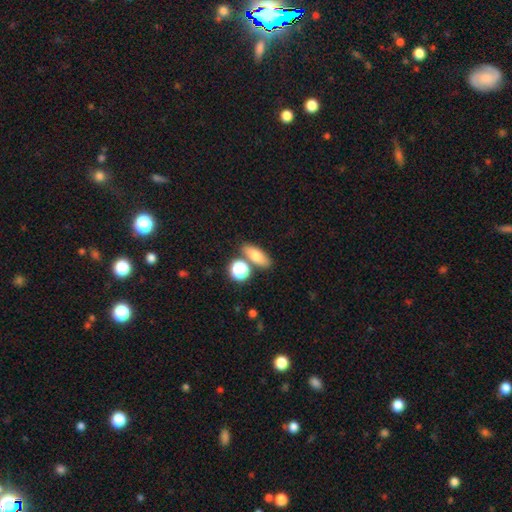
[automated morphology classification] This appears to be a smooth galaxy with no disk features (74%) that is in between round and cigar-shaped (69%). Merging: none (72%).